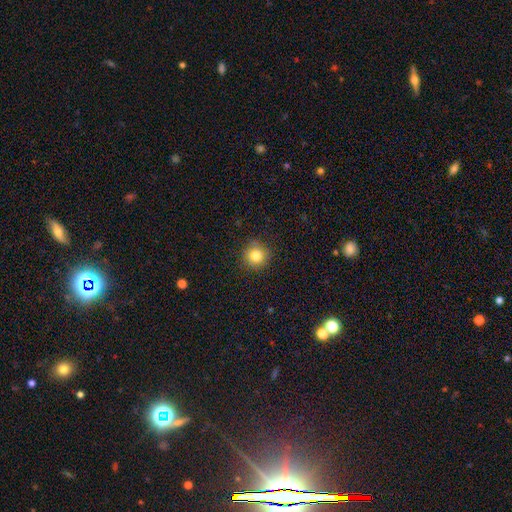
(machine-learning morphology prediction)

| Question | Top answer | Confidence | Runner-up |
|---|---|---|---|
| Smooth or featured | smooth | 82% | star or artifact (11%) |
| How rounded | round | 94% | in between (5%) |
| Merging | none | 87% | minor disturbance (9%) |